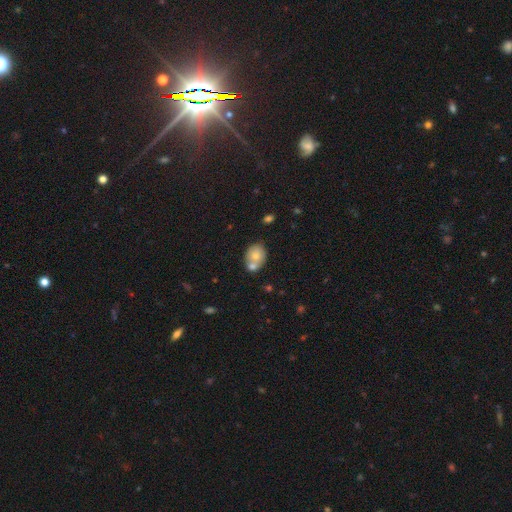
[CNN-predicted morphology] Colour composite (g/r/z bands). It shows a smooth galaxy with no disk features (73%) that is in between round and cigar-shaped (54%). Merging: merger (44%).